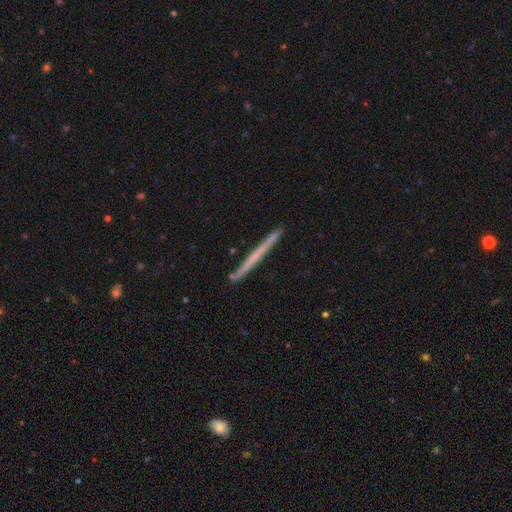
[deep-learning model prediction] The model was most divided on "smooth or featured": featured or disk: 51%, smooth: 43%, star or artifact: 6%. More confident: edge-on disk — yes (98%); merging — none (91%).